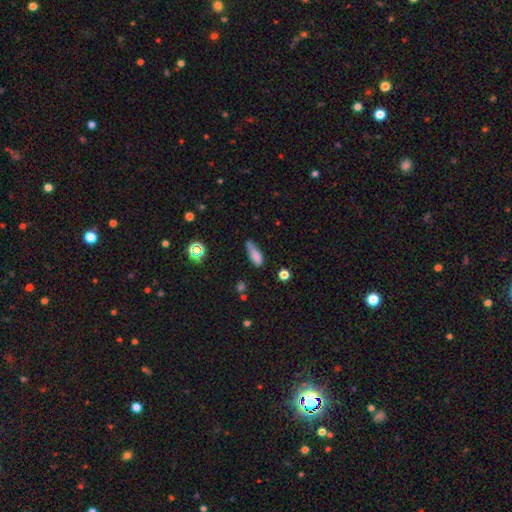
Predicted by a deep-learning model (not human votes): Smooth or featured?
  - smooth: 78% *
  - star or artifact: 11%
  - featured or disk: 11%
How rounded?
  - in between: 61% *
  - cigar-shaped: 36%
  - round: 4%
Merging?
  - none: 40% * (tied)
  - minor disturbance: 40% * (tied)
  - major disturbance: 13%
  - merger: 6%